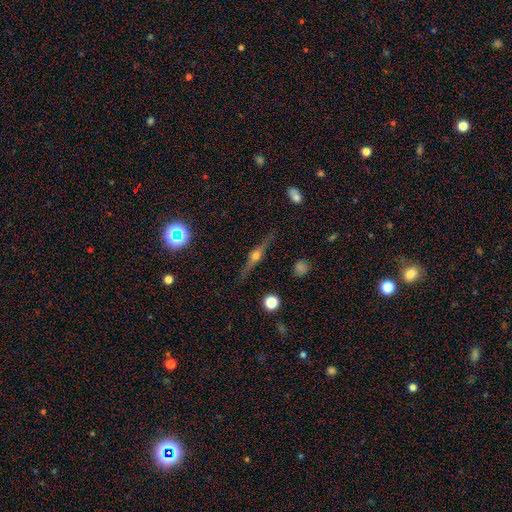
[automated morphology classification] Overall: featured or disk (75%). Edge-on disk: yes (96%). Edge-on bulge: rounded (94%). Merging: none (87%).